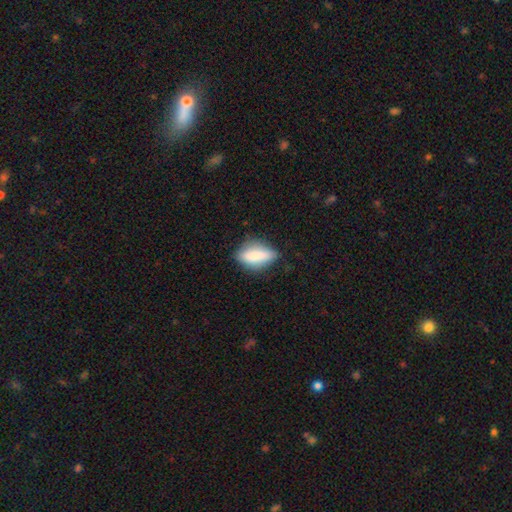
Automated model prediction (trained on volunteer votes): Overall: smooth (76%). How rounded: in between (74%). Merging: none (70%).